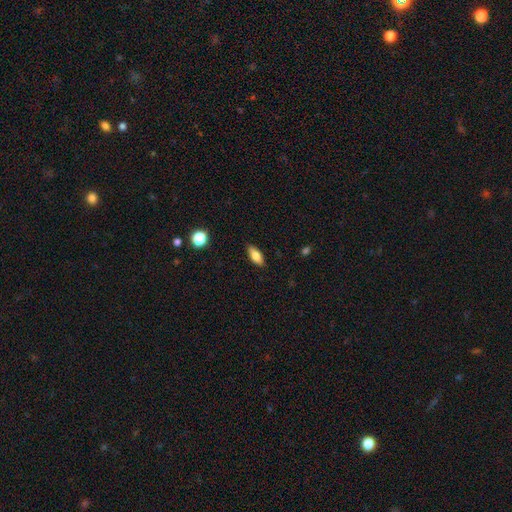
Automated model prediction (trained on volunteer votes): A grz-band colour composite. It shows a smooth galaxy with no disk features (75%) that is in between round and cigar-shaped (80%). Merging: none (87%).